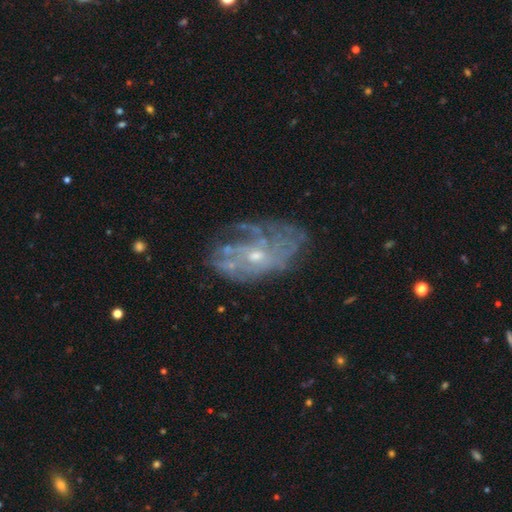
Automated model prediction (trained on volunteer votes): Q: Smooth or featured?
A: featured or disk (74%); runner-up: smooth (14%)
Q: Edge-on disk?
A: no (96%); runner-up: yes (4%)
Q: Bar?
A: no (77%); runner-up: weak (19%)
Q: Spiral arms?
A: yes (67%); runner-up: no (33%)
Q: Bulge size?
A: small (66%); runner-up: moderate (28%)
Q: Merging?
A: none (54%); runner-up: minor disturbance (23%)